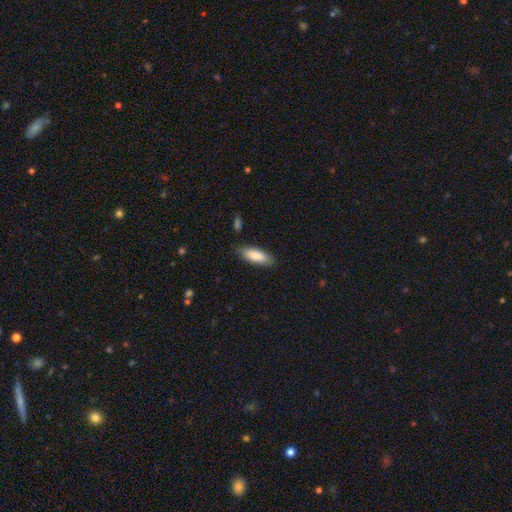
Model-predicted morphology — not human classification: smooth_or_featured: smooth (p=0.85) [alt: featured or disk p=0.09]
how_rounded: in between (p=0.68) [alt: cigar-shaped p=0.30]
merging: none (p=0.85) [alt: minor disturbance p=0.11]